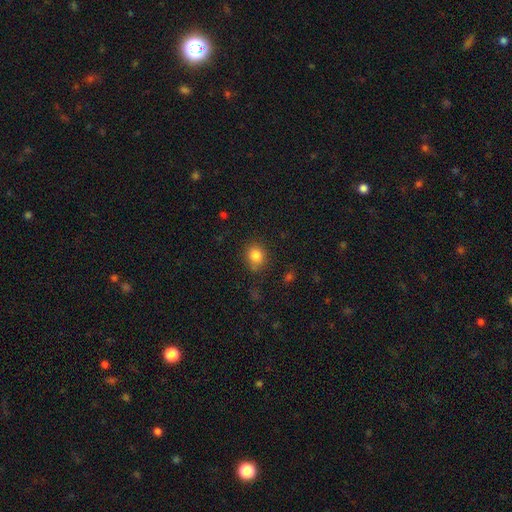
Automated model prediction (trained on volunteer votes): This is clearly a smooth galaxy (84%). How rounded: likely round (68%). Merging: likely none (76%).